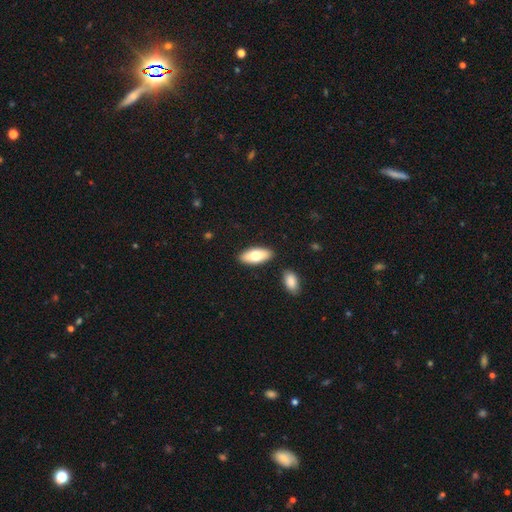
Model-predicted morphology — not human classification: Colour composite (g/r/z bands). It shows a smooth galaxy with no disk features (73%) that is in between round and cigar-shaped (85%). Merging: none (86%).